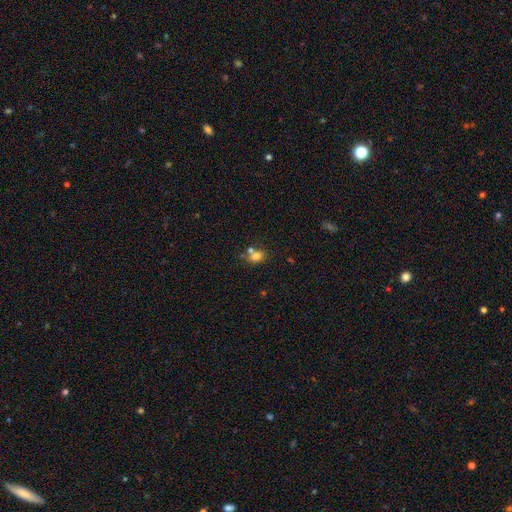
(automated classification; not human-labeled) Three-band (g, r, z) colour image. It shows a smooth galaxy with no disk features (77%) that is in between round and cigar-shaped (64%). Merging: none (53%).